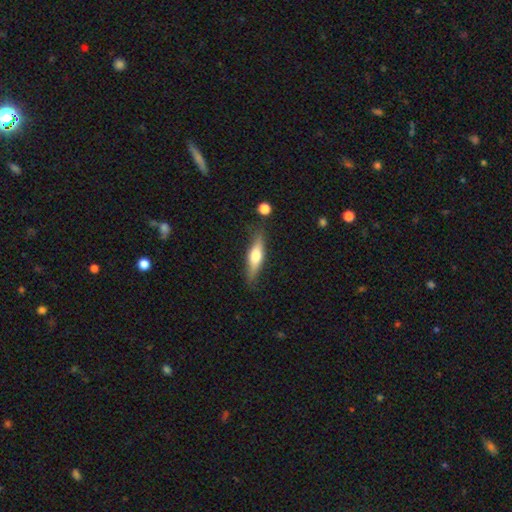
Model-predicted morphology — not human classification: type=smooth (48%); merging=none (78%).